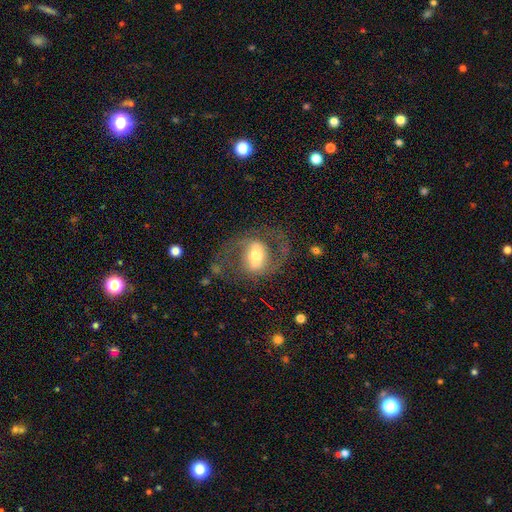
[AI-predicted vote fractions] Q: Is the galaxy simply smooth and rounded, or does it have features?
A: featured or disk — 75%.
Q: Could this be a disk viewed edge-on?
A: no — 95%.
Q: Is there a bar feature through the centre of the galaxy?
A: strong — 45%.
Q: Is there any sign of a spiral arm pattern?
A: yes — 77%.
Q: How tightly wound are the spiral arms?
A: medium — 53%.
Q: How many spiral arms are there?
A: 2 — 88%.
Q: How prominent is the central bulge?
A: moderate — 62%.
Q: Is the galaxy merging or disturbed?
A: none — 68%.